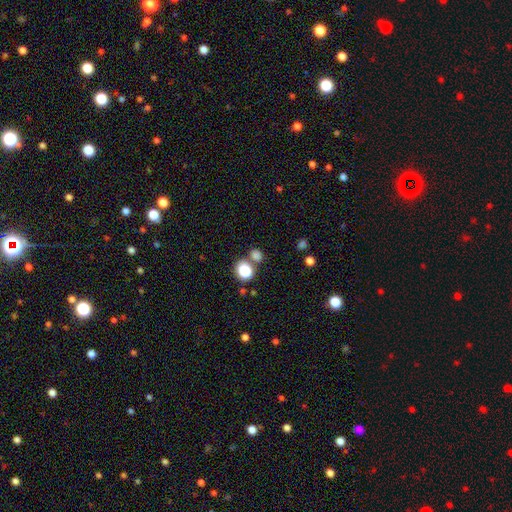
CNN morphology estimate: smooth_or_featured: smooth (p=0.72) [alt: star or artifact p=0.22]
how_rounded: round (p=0.73) [alt: in between p=0.26]
merging: none (p=0.65) [alt: merger p=0.22]